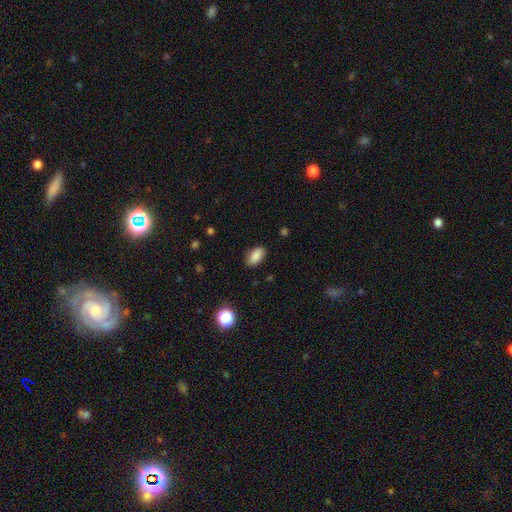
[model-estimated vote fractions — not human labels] smooth_or_featured: smooth (p=0.86) [alt: star or artifact p=0.08]
how_rounded: in between (p=0.91) [alt: round p=0.05]
merging: none (p=0.86) [alt: minor disturbance p=0.10]